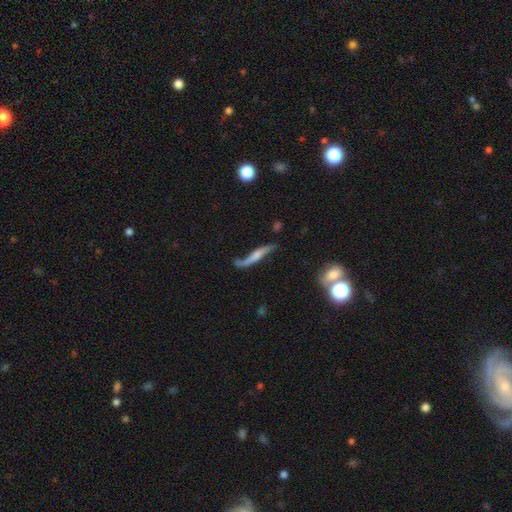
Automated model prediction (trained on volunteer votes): Smooth or featured: featured or disk — 62% (smooth — 32%)
Edge-on disk: yes — 58% (no — 42%)
Merging: none — 51% (minor disturbance — 27%)